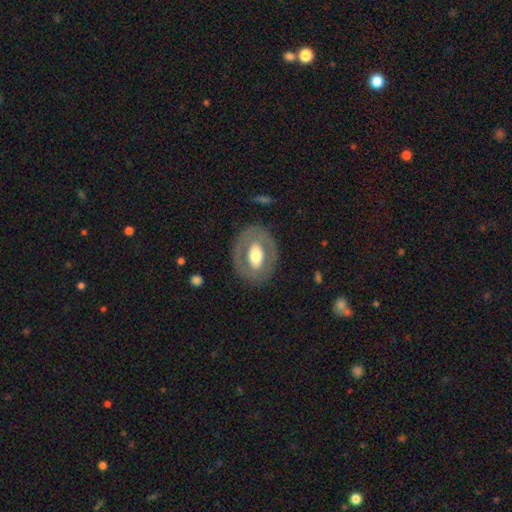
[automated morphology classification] A featured or disk galaxy (51%).

Vote fractions:
- Smooth or featured? featured or disk: 51% / smooth: 43% / star or artifact: 6%
- Edge-on disk? no: 92% / yes: 8%
- Merging? none: 81% / minor disturbance: 11% / major disturbance: 6% / merger: 1%